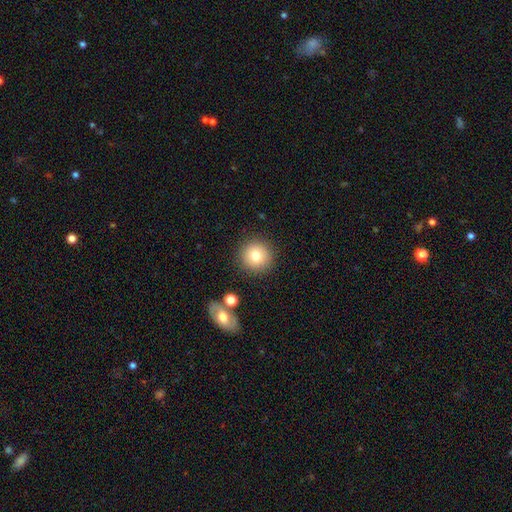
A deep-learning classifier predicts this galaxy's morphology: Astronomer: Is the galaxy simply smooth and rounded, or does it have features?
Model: smooth — 78%.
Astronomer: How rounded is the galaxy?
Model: round — 94%.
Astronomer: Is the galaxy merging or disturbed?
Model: none — 86%.